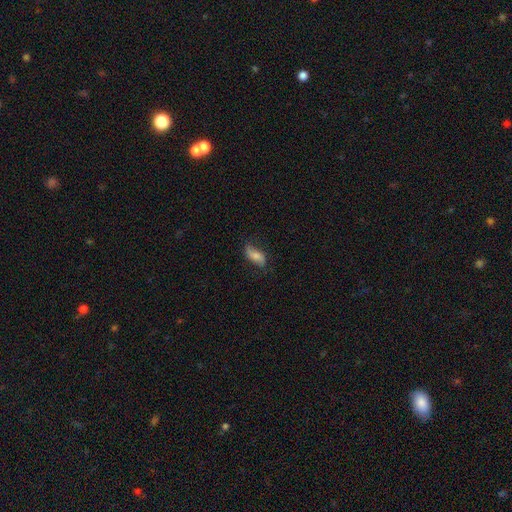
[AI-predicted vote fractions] smooth_or_featured: smooth (p=0.58) [alt: featured or disk p=0.34]
how_rounded: in between (p=0.82) [alt: cigar-shaped p=0.14]
merging: none (p=0.69) [alt: minor disturbance p=0.23]